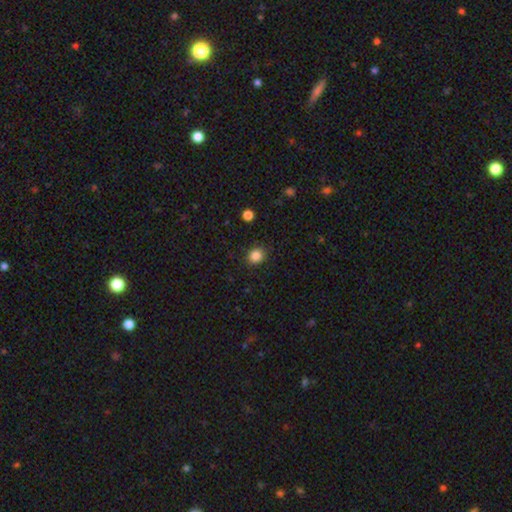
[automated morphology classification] smooth_or_featured: smooth (p=0.85) [alt: star or artifact p=0.11]
how_rounded: round (p=0.75) [alt: in between p=0.24]
merging: none (p=0.89) [alt: minor disturbance p=0.08]